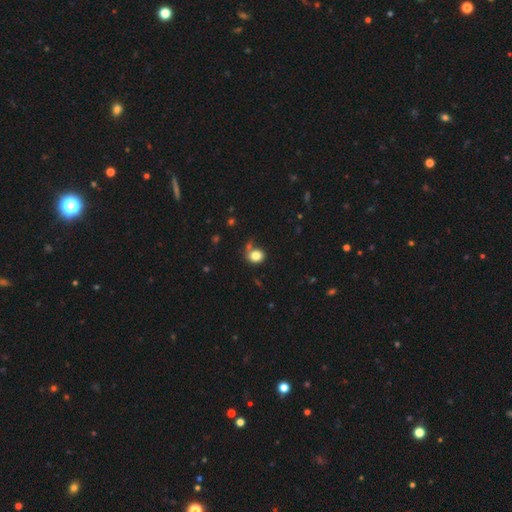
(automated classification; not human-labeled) smooth-or-featured: smooth: 81% | star or artifact: 10% | featured or disk: 8%
  how-rounded: round: 69% | in between: 30% | cigar-shaped: 1%
  merging: none: 59% | minor disturbance: 19% | merger: 13% | major disturbance: 10%